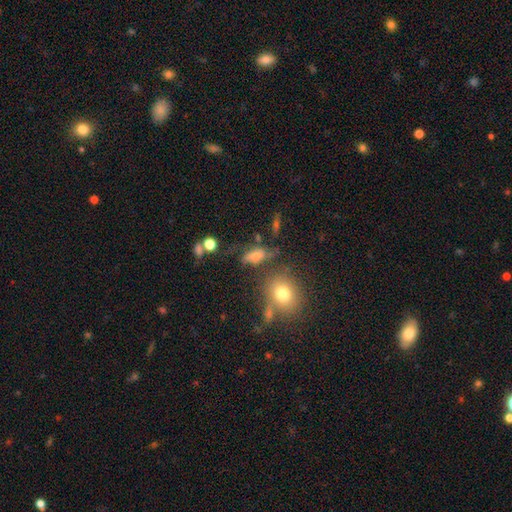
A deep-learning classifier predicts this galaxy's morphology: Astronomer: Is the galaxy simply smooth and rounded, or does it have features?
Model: smooth — 57%.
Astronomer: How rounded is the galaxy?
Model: in between — 77%.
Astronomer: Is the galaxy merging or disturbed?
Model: none — 45% (runner-up: minor disturbance, 24%).